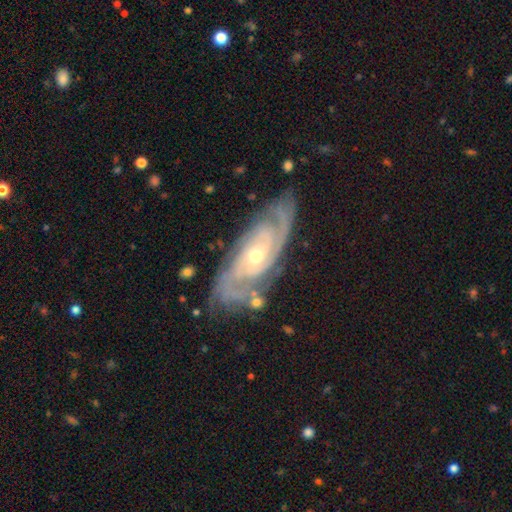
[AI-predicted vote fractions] This appears to be a featured or disk galaxy (90%) with no bar (67%), 2 (52%) tight (70%) spiral arms (97%) and a small central bulge (55%). Merging: none (76%).